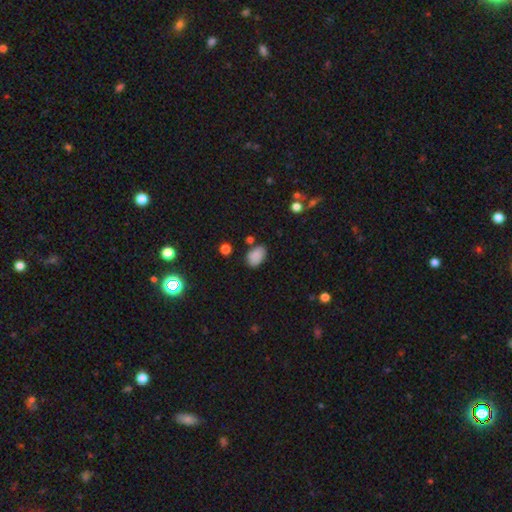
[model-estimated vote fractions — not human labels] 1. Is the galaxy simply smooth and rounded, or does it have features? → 83% smooth, 10% star or artifact, 7% featured or disk.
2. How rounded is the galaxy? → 88% in between, 11% round, 1% cigar-shaped.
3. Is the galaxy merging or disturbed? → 71% none, 20% minor disturbance, 5% merger, 4% major disturbance.